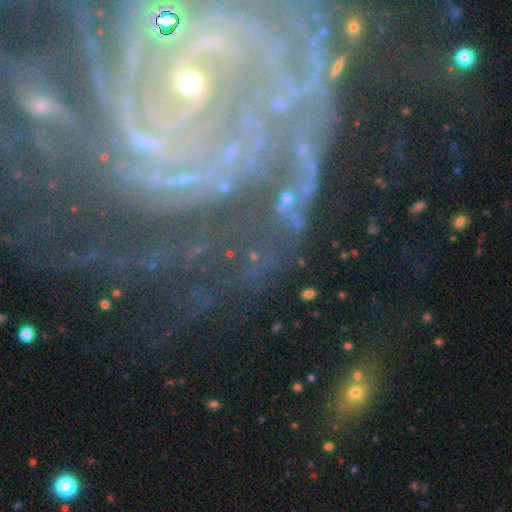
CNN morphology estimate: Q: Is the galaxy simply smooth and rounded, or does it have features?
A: featured or disk — 84%.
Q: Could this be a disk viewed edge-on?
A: no — 97%.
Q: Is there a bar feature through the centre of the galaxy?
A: no — 53%.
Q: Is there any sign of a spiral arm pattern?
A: yes — 97%.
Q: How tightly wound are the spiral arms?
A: tight — 76%.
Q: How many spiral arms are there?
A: can't tell — 21%.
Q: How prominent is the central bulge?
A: small — 76%.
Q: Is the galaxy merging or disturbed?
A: none — 67%.